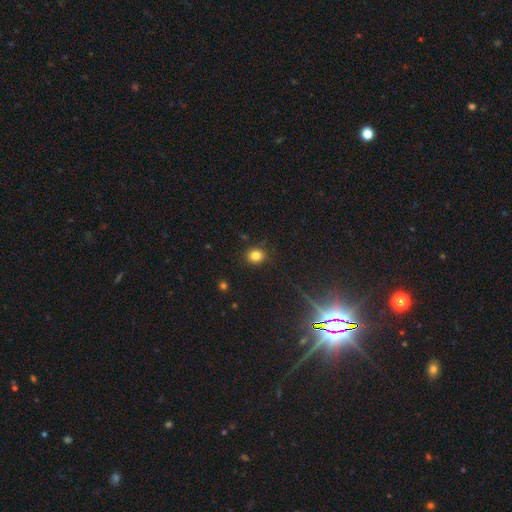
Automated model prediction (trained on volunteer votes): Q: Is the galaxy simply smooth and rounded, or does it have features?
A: smooth — 81%.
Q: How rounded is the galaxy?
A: round — 80%.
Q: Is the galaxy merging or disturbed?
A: none — 87%.